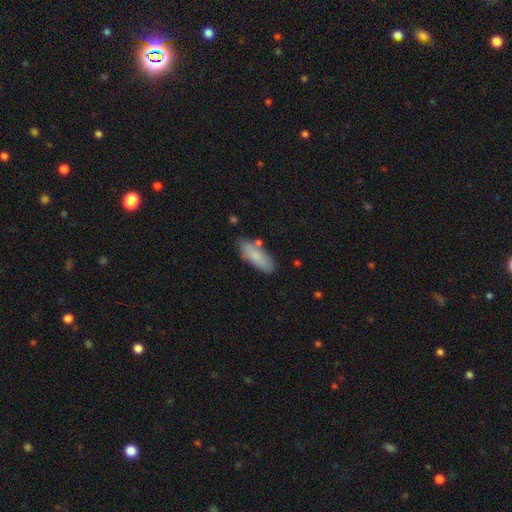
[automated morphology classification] Smooth or featured? smooth (82%)
How rounded? in between (67%)
Merging? none (76%)